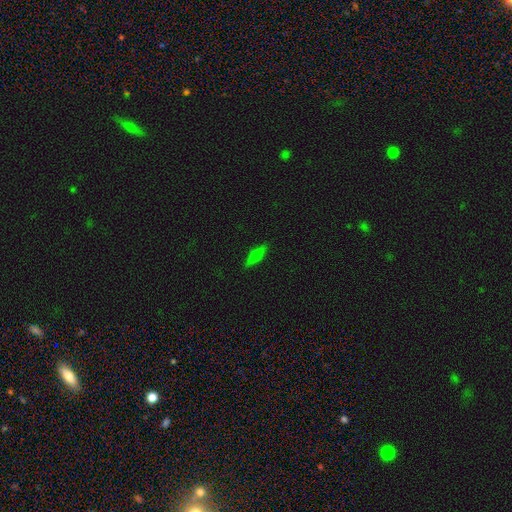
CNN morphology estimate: The model was most divided on "smooth or featured": smooth: 50%, featured or disk: 41%, star or artifact: 9%. More confident: merging — none (88%).